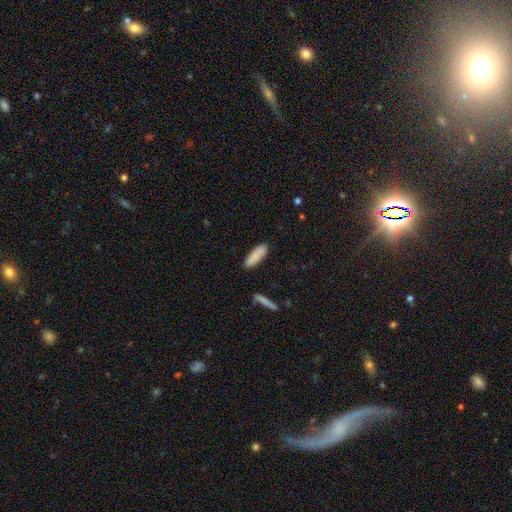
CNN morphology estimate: Smooth or featured? smooth (86%)
How rounded? in between (59%)
Merging? none (87%)